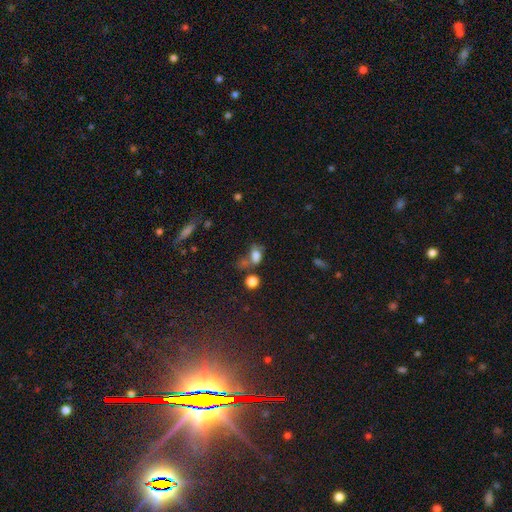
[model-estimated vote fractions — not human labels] A smooth galaxy with no disk features (67%) that is in between round and cigar-shaped (73%).

Vote fractions:
- Smooth or featured? smooth: 67% / featured or disk: 17% / star or artifact: 16%
- How rounded? in between: 73% / round: 24% / cigar-shaped: 3%
- Merging? merger: 30% / none: 27% / major disturbance: 26% / minor disturbance: 18%